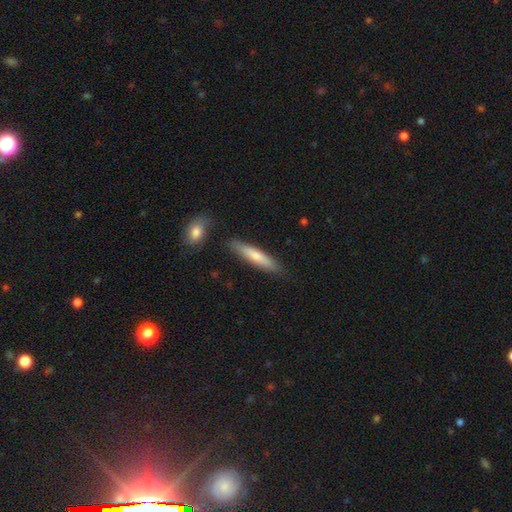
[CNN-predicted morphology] This is likely a smooth galaxy (68%). How rounded: clearly cigar-shaped (88%). Merging: clearly none (85%).